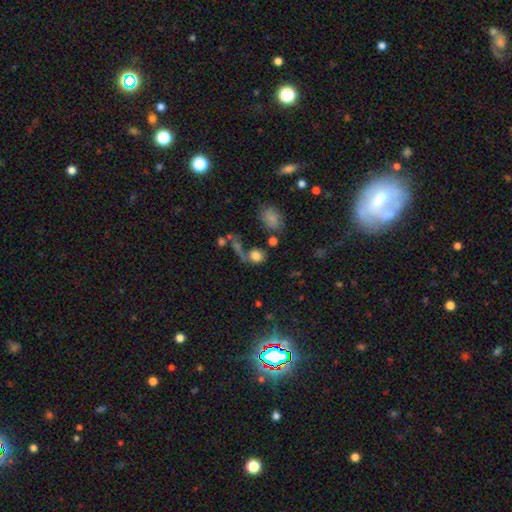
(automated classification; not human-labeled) smooth 76%, star or artifact 13%, featured or disk 11%. Down the decision tree: how rounded — round (73%); merging — none (48%).